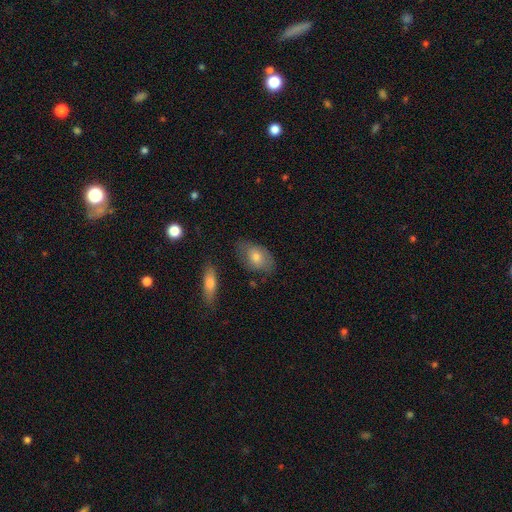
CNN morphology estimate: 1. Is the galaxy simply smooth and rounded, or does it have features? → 68% smooth, 24% featured or disk, 8% star or artifact.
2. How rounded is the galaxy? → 87% in between, 10% round, 3% cigar-shaped.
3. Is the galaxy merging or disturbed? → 68% none, 23% minor disturbance, 6% major disturbance, 3% merger.